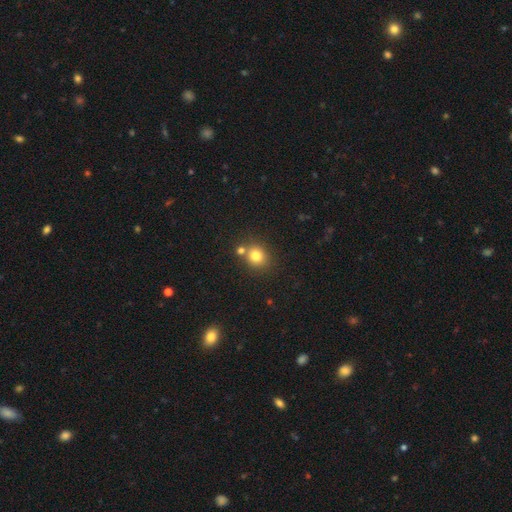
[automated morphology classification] The model was most divided on "merging": none: 66%, merger: 22%, minor disturbance: 9%, major disturbance: 3%. More confident: smooth or featured — smooth (79%); how rounded — round (78%).